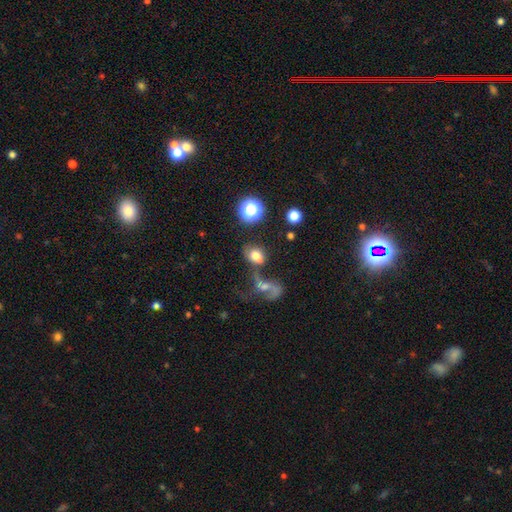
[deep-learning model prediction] Morphology: type=smooth (69%); roundness=in between (63%); merging=none (37%).